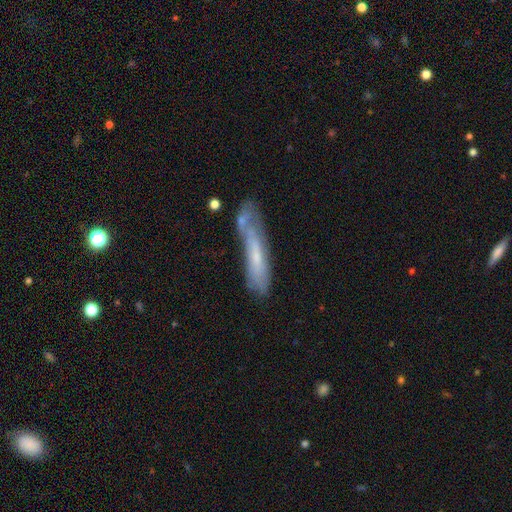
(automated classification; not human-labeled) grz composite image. It shows a smooth galaxy with no disk features (49%). Merging: none (39%).